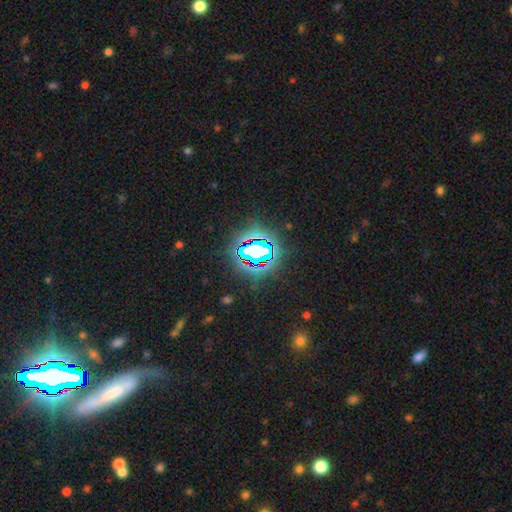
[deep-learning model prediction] A star or artifact, not a galaxy (74%).